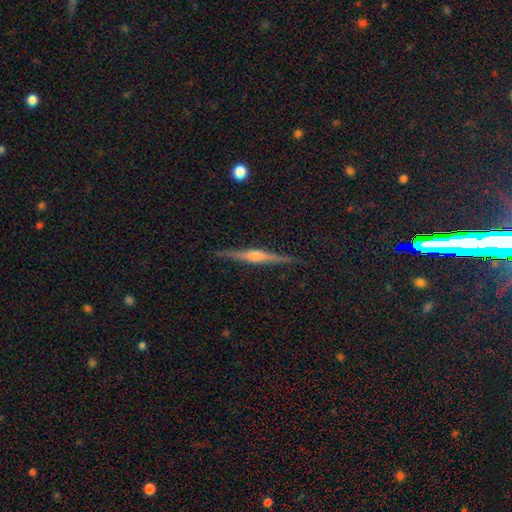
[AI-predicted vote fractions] smooth-or-featured: featured or disk: 77% | smooth: 17% | star or artifact: 6%
  disk-edge-on: yes: 98% | no: 2%
    edge-on-bulge: rounded: 73% | boxy: 17% | none: 10%
  merging: none: 90% | minor disturbance: 8% | major disturbance: 2% | merger: 1%